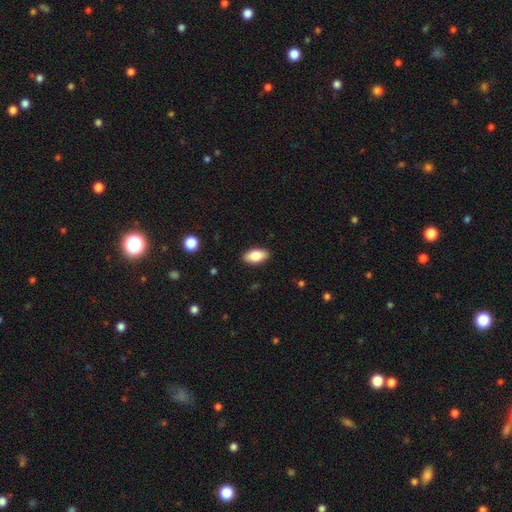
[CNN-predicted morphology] This is clearly a smooth galaxy (83%). How rounded: clearly in between (92%). Merging: clearly none (89%).